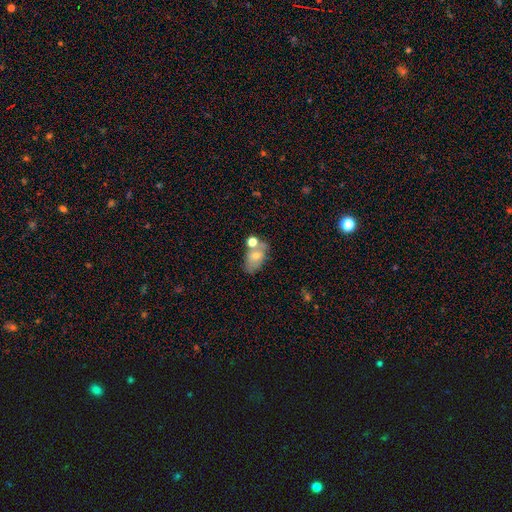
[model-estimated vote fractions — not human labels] smooth-or-featured: smooth: 64% | featured or disk: 26% | star or artifact: 9%
  how-rounded: in between: 85% | round: 13% | cigar-shaped: 2%
  merging: none: 44% | merger: 31% | minor disturbance: 18% | major disturbance: 8%